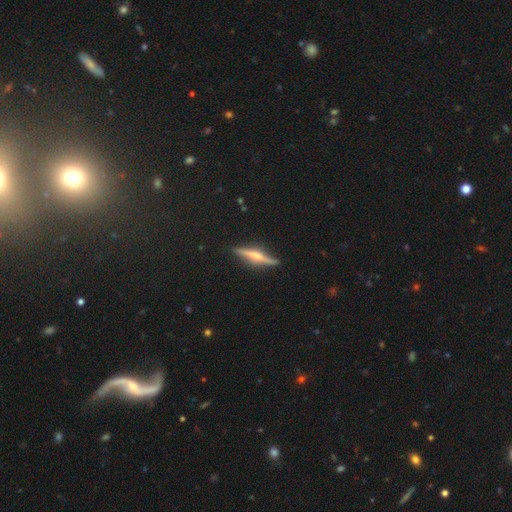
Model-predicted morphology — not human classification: type=featured or disk (71%); edge-on=yes (95%); edge-on bulge=rounded (72%); merging=none (83%).